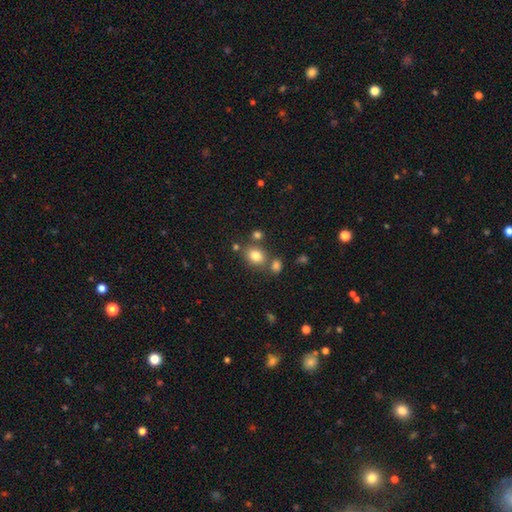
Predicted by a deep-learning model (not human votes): Morphology: type=smooth (80%); roundness=in between (52%); merging=none (67%).